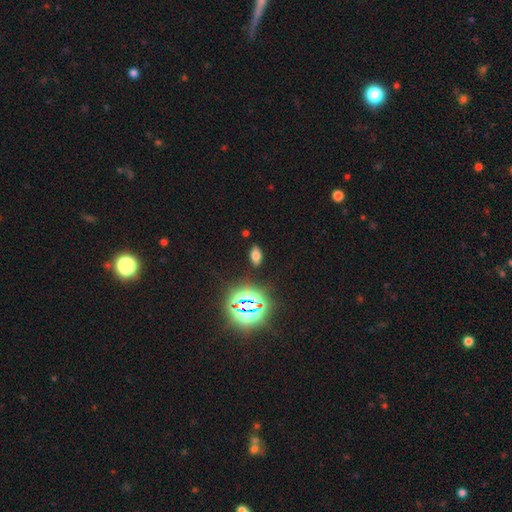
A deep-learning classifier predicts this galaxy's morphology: smooth-or-featured: smooth: 62% | star or artifact: 29% | featured or disk: 9%
  how-rounded: in between: 87% | cigar-shaped: 7% | round: 6%
  merging: none: 87% | minor disturbance: 8% | major disturbance: 3% | merger: 2%